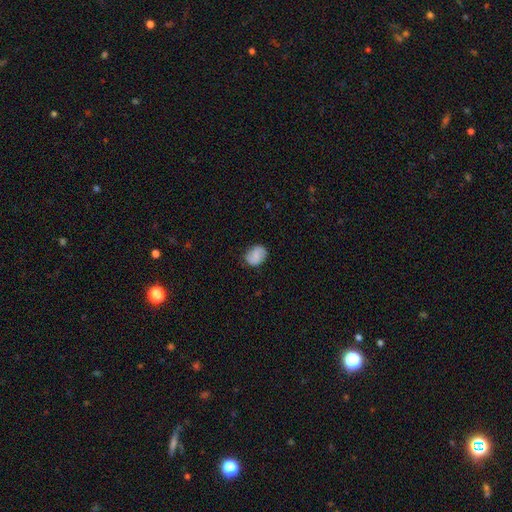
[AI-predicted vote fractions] Smooth or featured? smooth (57%)
How rounded? in between (52%)
Merging? none (79%)